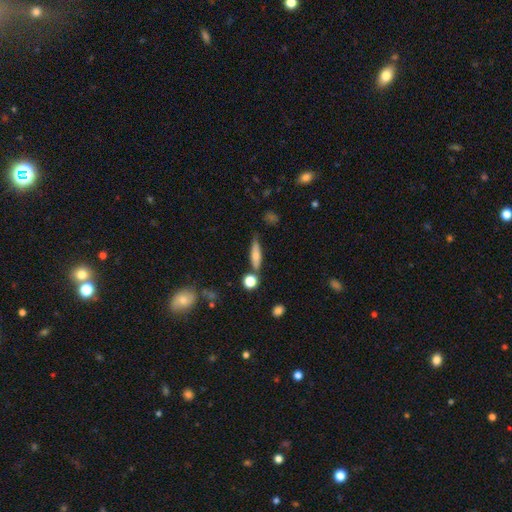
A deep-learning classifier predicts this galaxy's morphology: This is likely a smooth galaxy (65%). How rounded: likely cigar-shaped (66%). Merging: likely none (67%).